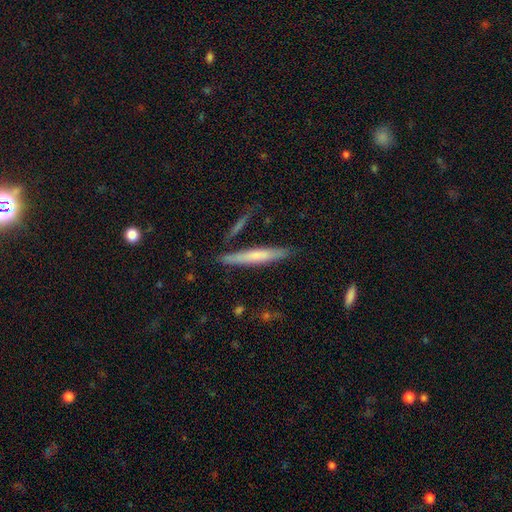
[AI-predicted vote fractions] Smooth or featured?
  - smooth: 59% *
  - featured or disk: 35%
  - star or artifact: 6%
How rounded?
  - cigar-shaped: 94% *
  - in between: 4%
  - round: 1%
Merging?
  - none: 82% *
  - minor disturbance: 11%
  - merger: 5%
  - major disturbance: 2%